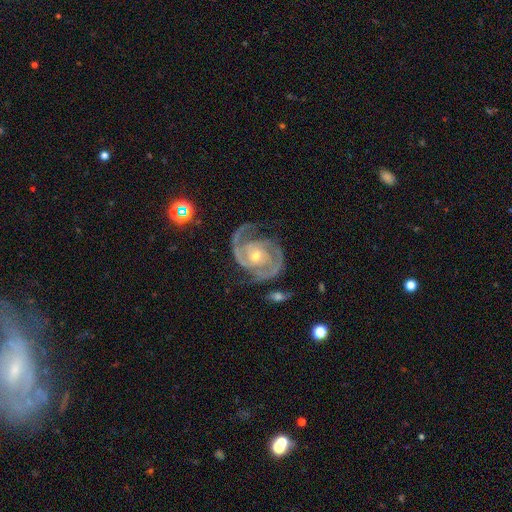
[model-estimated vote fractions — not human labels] Morphology: type=featured or disk (92%); edge-on=no (98%); bar=no (66%); spiral arms=yes (98%); winding=tight (50%); arm count=2 (75%); bulge=small (56%); merging=none (65%).